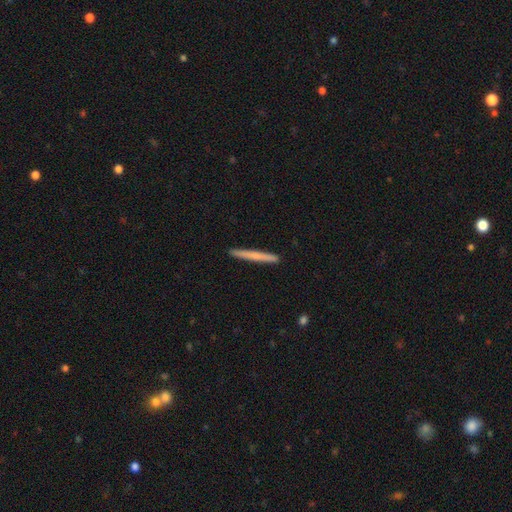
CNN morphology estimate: Smooth or featured? Predicted: smooth (p=0.64). How rounded? Predicted: cigar-shaped (p=0.97). Merging? Predicted: none (p=0.93).